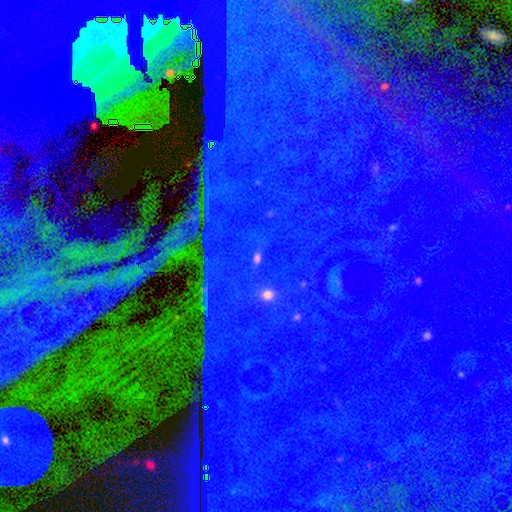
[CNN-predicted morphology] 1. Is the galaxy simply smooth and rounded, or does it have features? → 86% star or artifact, 7% featured or disk, 7% smooth.